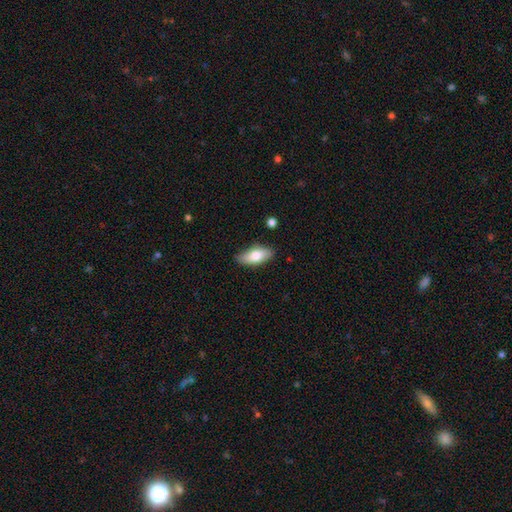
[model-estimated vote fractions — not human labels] Smooth or featured?
  - smooth: 76% *
  - featured or disk: 17%
  - star or artifact: 6%
How rounded?
  - in between: 85% *
  - cigar-shaped: 13%
  - round: 3%
Merging?
  - none: 82% *
  - minor disturbance: 14%
  - major disturbance: 2%
  - merger: 2%